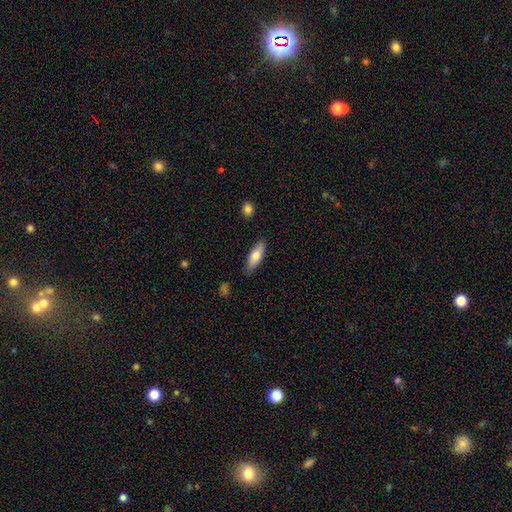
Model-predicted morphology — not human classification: type=smooth (71%); roundness=in between (61%); merging=none (85%).